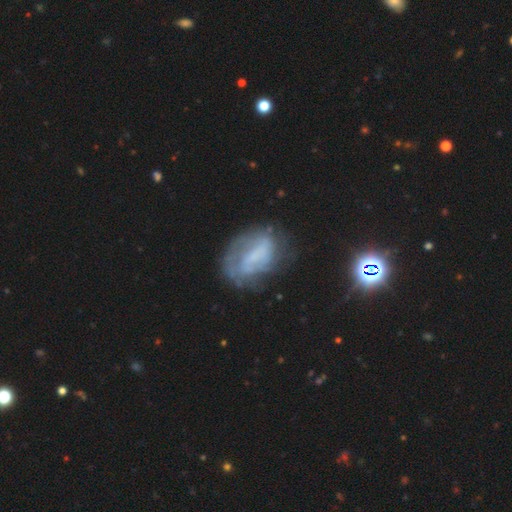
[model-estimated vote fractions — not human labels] The model was most divided on "spiral arms": yes: 57%, no: 43%. More confident: edge-on disk — no (96%); smooth or featured — featured or disk (57%); bulge size — none (56%); merging — none (51%); bar — no (50%).